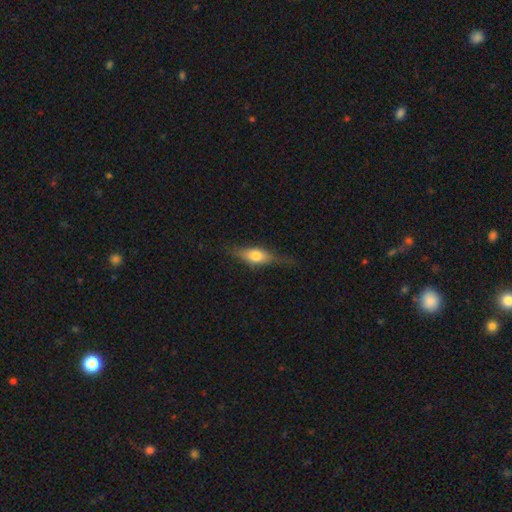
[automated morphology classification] smooth 51%, featured or disk 42%, star or artifact 7%. Down the decision tree: how rounded — in between (60%); merging — none (69%).